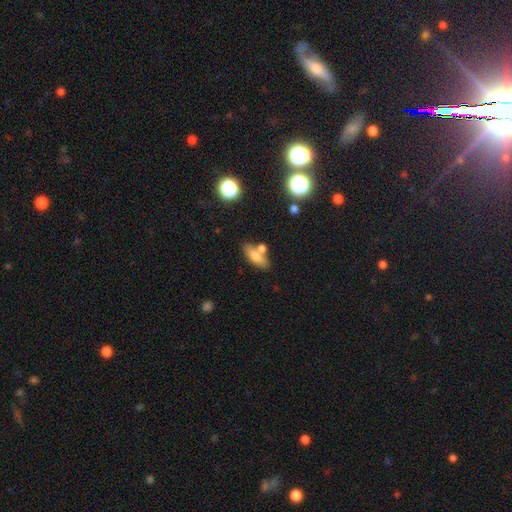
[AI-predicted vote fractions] smooth 72%, featured or disk 19%, star or artifact 9%. Down the decision tree: how rounded — in between (69%); merging — none (63%).